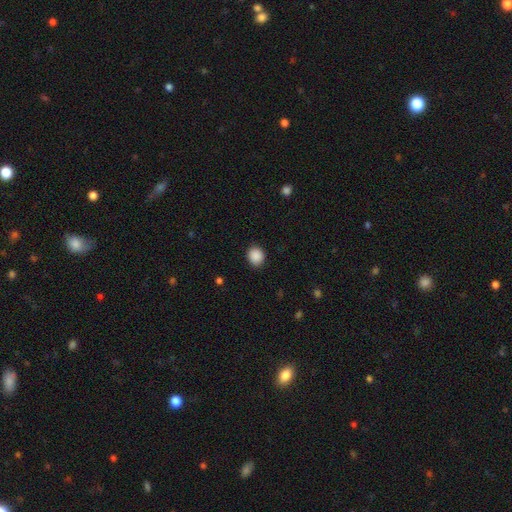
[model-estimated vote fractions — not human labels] Smooth or featured? smooth (89%)
How rounded? round (69%)
Merging? none (89%)